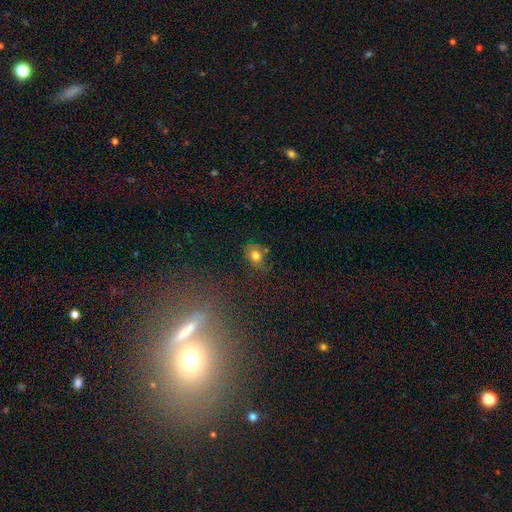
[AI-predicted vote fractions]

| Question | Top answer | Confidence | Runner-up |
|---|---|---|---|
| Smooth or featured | smooth | 76% | featured or disk (12%) |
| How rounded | in between | 51% | round (47%) |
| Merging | none | 62% | minor disturbance (24%) |